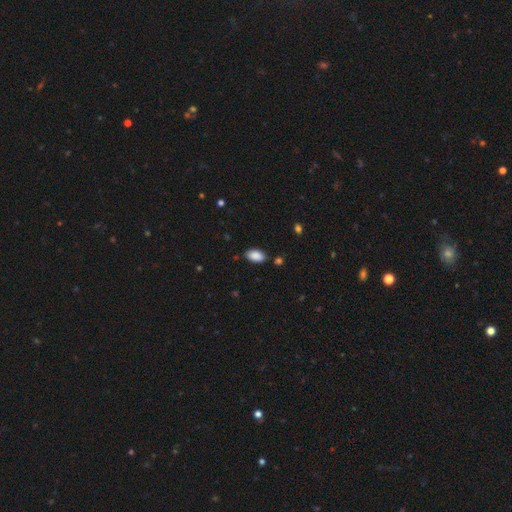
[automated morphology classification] A smooth galaxy with no disk features (89%) that is in between round and cigar-shaped (94%).

Vote fractions:
- Smooth or featured? smooth: 89% / star or artifact: 7% / featured or disk: 4%
- How rounded? in between: 94% / round: 4% / cigar-shaped: 2%
- Merging? none: 85% / minor disturbance: 11% / major disturbance: 2% / merger: 2%